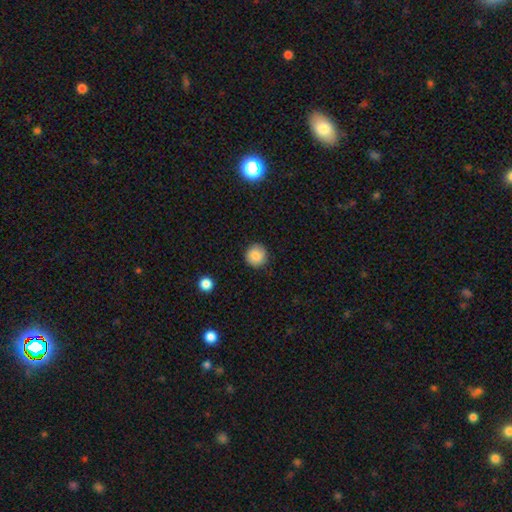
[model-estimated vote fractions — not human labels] Smooth or featured?
  - smooth: 86% *
  - star or artifact: 9%
  - featured or disk: 5%
How rounded?
  - round: 95% *
  - in between: 4%
  - cigar-shaped: 1%
Merging?
  - none: 91% *
  - minor disturbance: 6%
  - major disturbance: 2%
  - merger: 1%